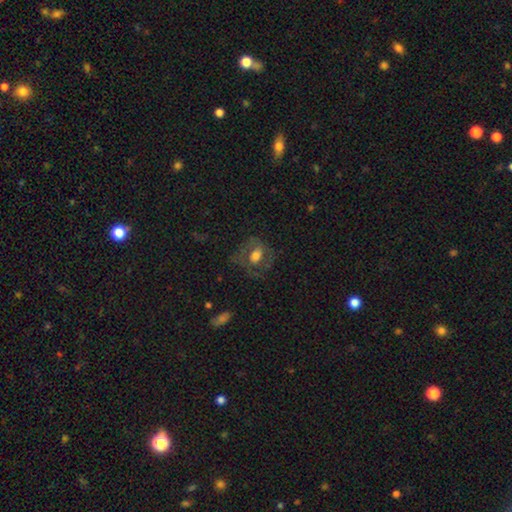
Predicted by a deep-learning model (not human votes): Smooth or featured: smooth — 48% (featured or disk — 42%)
Merging: none — 55% (major disturbance — 22%)